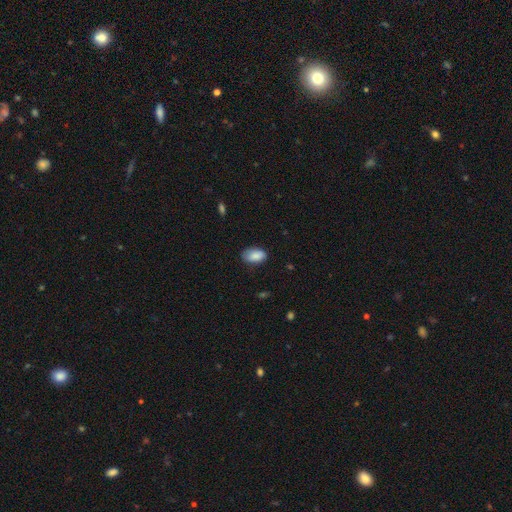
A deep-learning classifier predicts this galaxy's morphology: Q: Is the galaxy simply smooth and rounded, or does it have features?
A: smooth — 86%.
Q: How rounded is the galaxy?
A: in between — 93%.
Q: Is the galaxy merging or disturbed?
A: none — 75%.